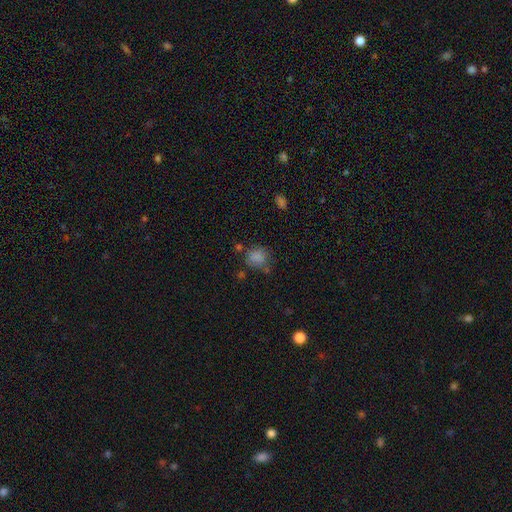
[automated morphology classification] A smooth galaxy with no disk features (72%) that is round (77%). Merging: none (61%).